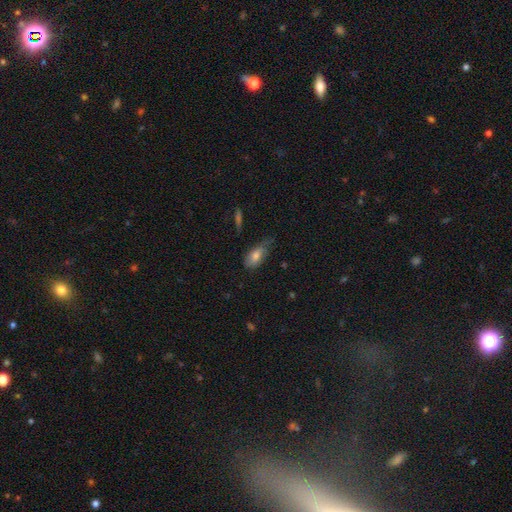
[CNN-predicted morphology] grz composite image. It shows a smooth galaxy with no disk features (72%) that is in between round and cigar-shaped (88%). Merging: minor disturbance (40%).